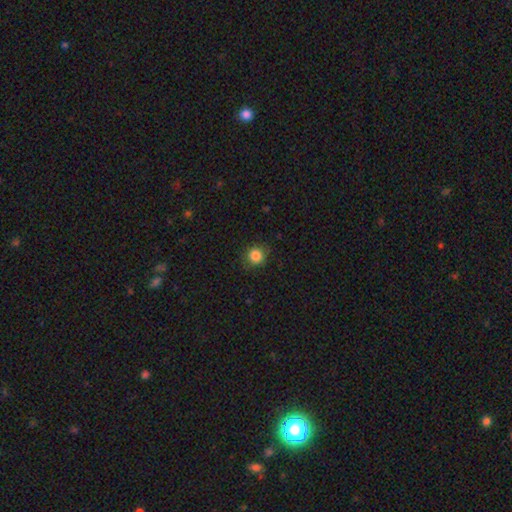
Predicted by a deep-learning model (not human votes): smooth-or-featured: smooth: 85% | star or artifact: 10% | featured or disk: 5%
  how-rounded: round: 88% | in between: 12% | cigar-shaped: 1%
  merging: none: 84% | minor disturbance: 12% | major disturbance: 3% | merger: 1%